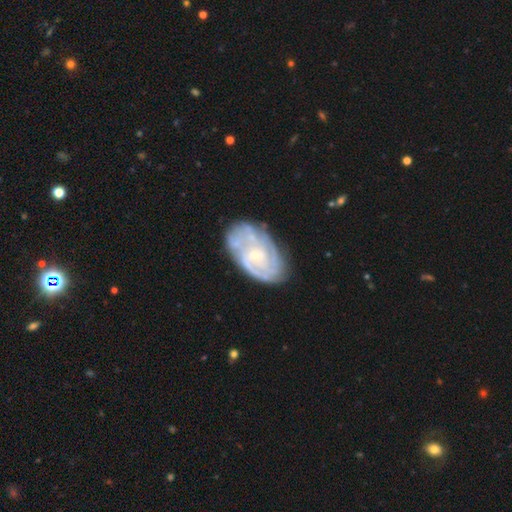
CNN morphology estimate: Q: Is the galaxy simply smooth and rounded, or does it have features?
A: featured or disk — 80%.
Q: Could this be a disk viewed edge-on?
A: no — 96%.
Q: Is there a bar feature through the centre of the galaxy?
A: no — 66%.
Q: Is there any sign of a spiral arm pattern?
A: yes — 88%.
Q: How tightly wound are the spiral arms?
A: tight — 61%.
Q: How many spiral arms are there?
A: can't tell — 41%.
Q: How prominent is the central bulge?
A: small — 72%.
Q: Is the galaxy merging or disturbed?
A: none — 67%.